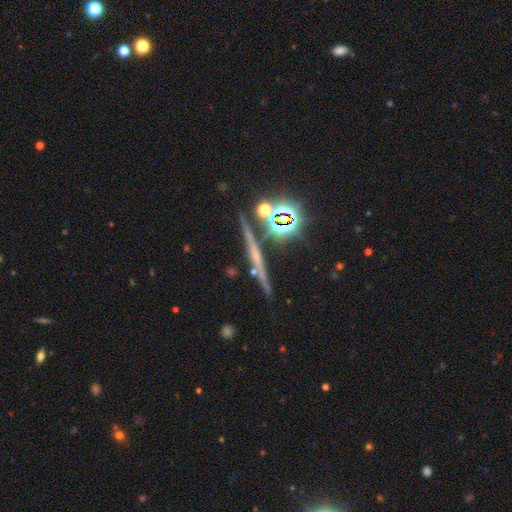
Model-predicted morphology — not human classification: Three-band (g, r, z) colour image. It shows a featured or disk galaxy (45%). Merging: none (82%).